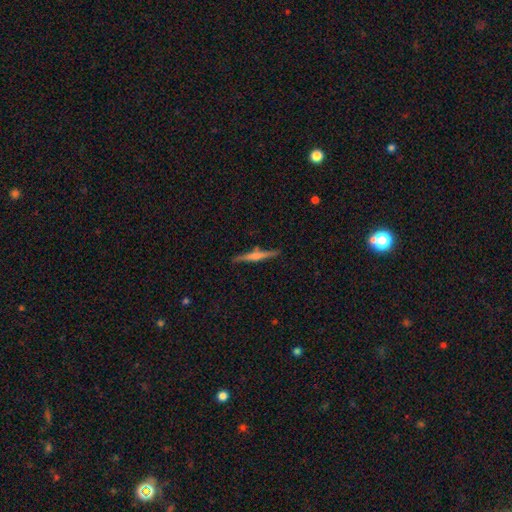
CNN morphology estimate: This appears to be a featured or disk galaxy (71%) viewed edge-on (98%) with a rounded central bulge (66%). Merging: none (89%).